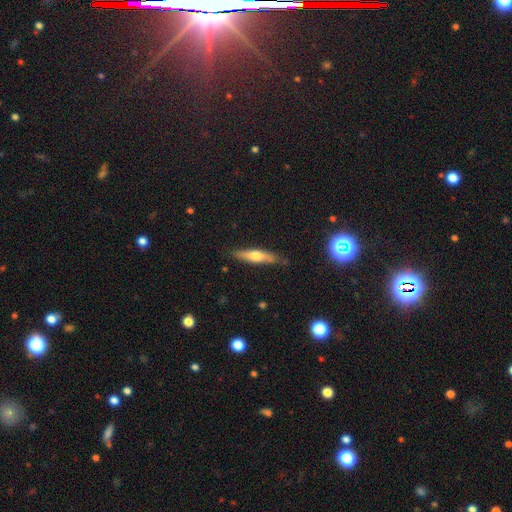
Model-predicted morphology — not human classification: Smooth or featured?
  - smooth: 49% *
  - featured or disk: 45%
  - star or artifact: 6%
Merging?
  - none: 82% *
  - minor disturbance: 14%
  - major disturbance: 2%
  - merger: 2%